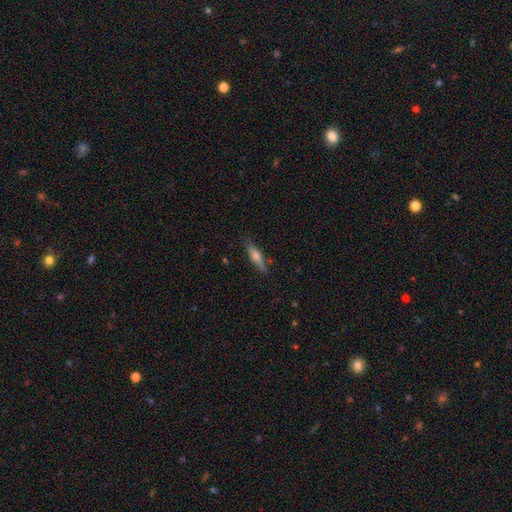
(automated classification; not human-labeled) The model was most divided on "smooth or featured": smooth: 52%, featured or disk: 40%, star or artifact: 7%. More confident: merging — none (81%); how rounded — cigar-shaped (78%).